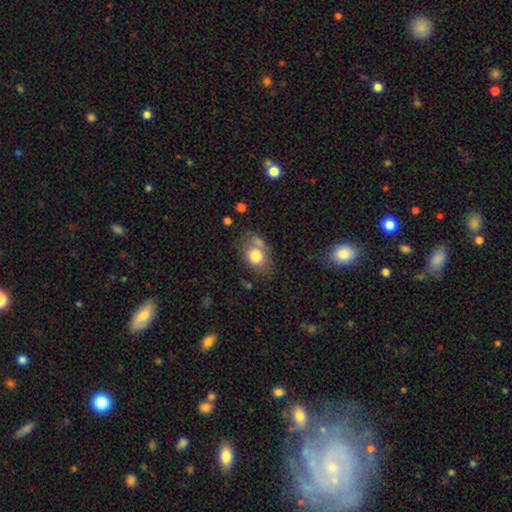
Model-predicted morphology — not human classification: Smooth or featured? smooth (76%)
How rounded? in between (64%)
Merging? none (54%)